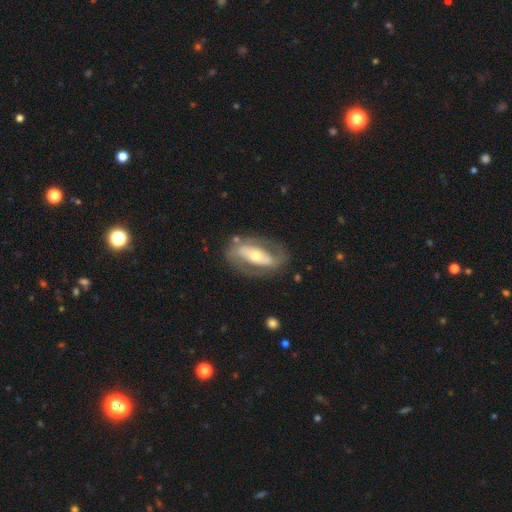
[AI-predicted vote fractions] Smooth or featured: featured or disk — 76% (smooth — 19%)
Edge-on disk: no — 90% (yes — 10%)
Bar: strong — 46% (no — 33%)
Spiral arms: yes — 65% (no — 35%)
Bulge size: moderate — 60% (small — 31%)
Merging: none — 75% (minor disturbance — 14%)